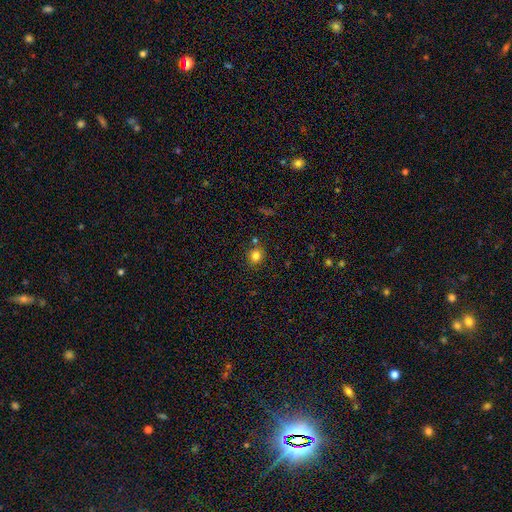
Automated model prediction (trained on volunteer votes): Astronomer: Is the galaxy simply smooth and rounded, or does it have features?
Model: smooth — 81%.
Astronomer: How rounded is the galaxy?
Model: round — 84%.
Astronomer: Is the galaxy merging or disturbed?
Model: none — 78%.